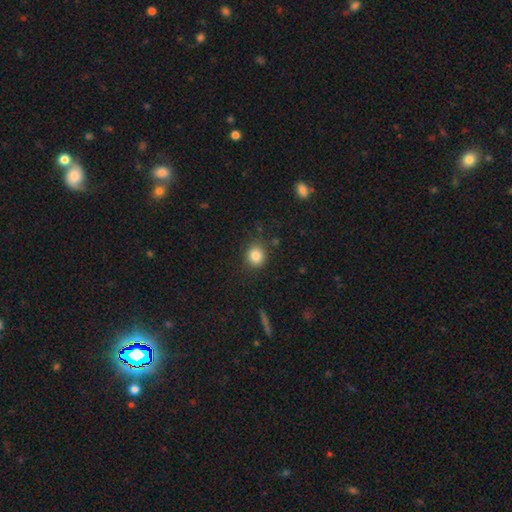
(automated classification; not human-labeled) A smooth galaxy with no disk features (84%) that is round (78%).

Vote fractions:
- Smooth or featured? smooth: 84% / star or artifact: 11% / featured or disk: 6%
- How rounded? round: 78% / in between: 21% / cigar-shaped: 1%
- Merging? none: 82% / minor disturbance: 12% / major disturbance: 3% / merger: 2%